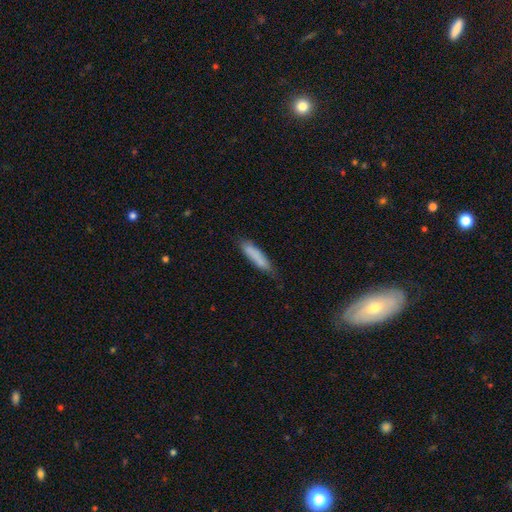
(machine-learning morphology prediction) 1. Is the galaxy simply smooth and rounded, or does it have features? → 82% smooth, 12% featured or disk, 6% star or artifact.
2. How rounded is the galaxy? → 81% cigar-shaped, 18% in between, 1% round.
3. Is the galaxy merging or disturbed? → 71% none, 23% minor disturbance, 4% major disturbance, 2% merger.